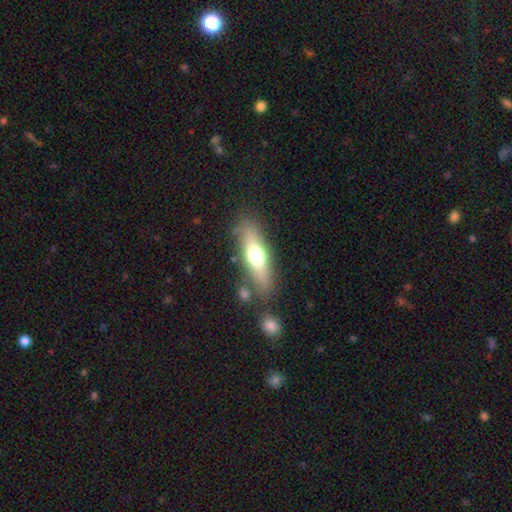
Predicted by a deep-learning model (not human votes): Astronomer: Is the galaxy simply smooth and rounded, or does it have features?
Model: smooth — 55% (runner-up: featured or disk, 37%).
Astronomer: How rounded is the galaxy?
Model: in between — 49% (runner-up: cigar-shaped, 46%).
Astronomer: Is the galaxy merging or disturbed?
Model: none — 75%.